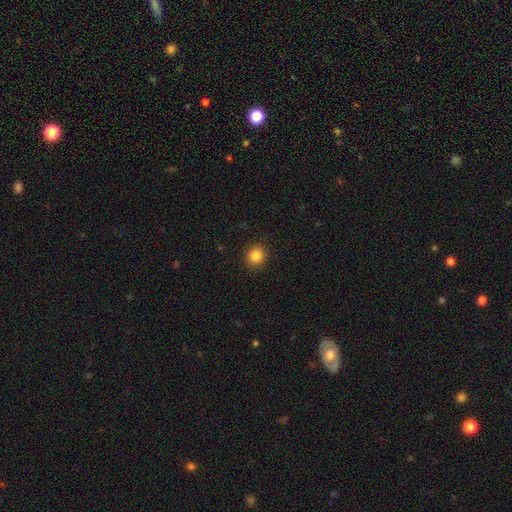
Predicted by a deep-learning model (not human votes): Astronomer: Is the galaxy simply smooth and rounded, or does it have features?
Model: smooth — 85%.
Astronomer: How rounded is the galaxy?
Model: round — 87%.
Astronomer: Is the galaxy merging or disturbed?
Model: none — 92%.